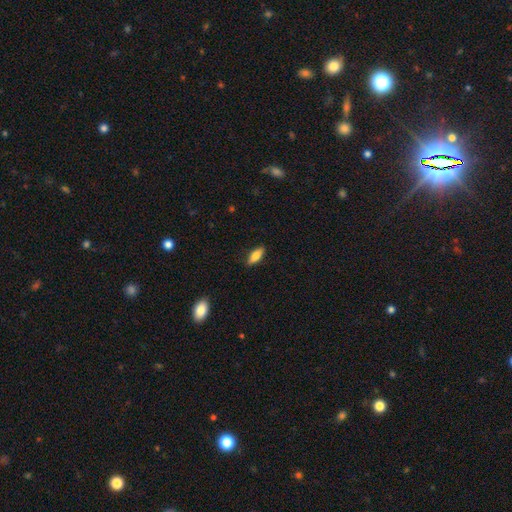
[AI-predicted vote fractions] A smooth galaxy with no disk features (76%) that is in between round and cigar-shaped (70%).

Vote fractions:
- Smooth or featured? smooth: 76% / featured or disk: 17% / star or artifact: 7%
- How rounded? in between: 70% / cigar-shaped: 27% / round: 2%
- Merging? none: 86% / minor disturbance: 10% / major disturbance: 2% / merger: 1%